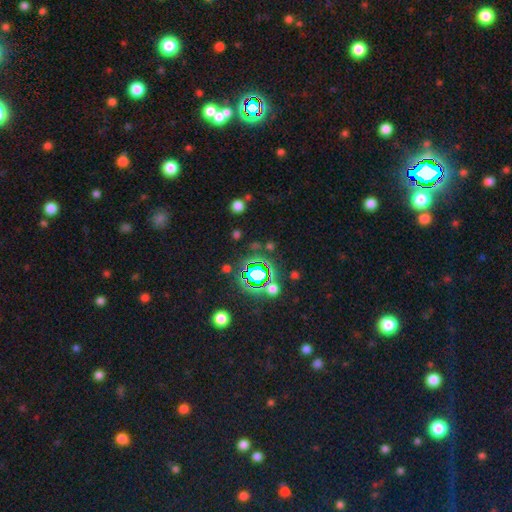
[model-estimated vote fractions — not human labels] smooth_or_featured: star or artifact (p=0.77) [alt: smooth p=0.16]